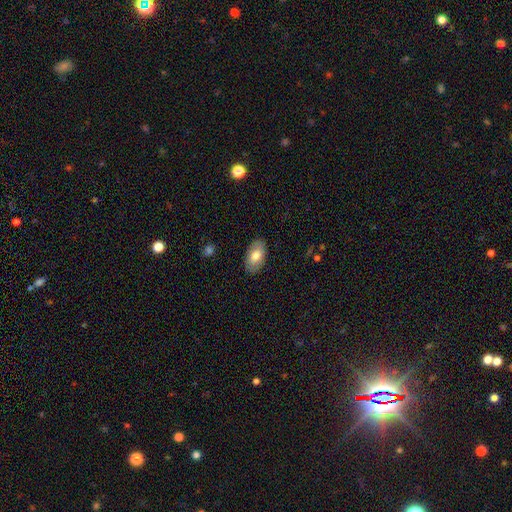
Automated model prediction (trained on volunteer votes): Q: Smooth or featured?
A: smooth (69%); runner-up: featured or disk (25%)
Q: How rounded?
A: in between (94%); runner-up: round (5%)
Q: Merging?
A: none (86%); runner-up: minor disturbance (11%)